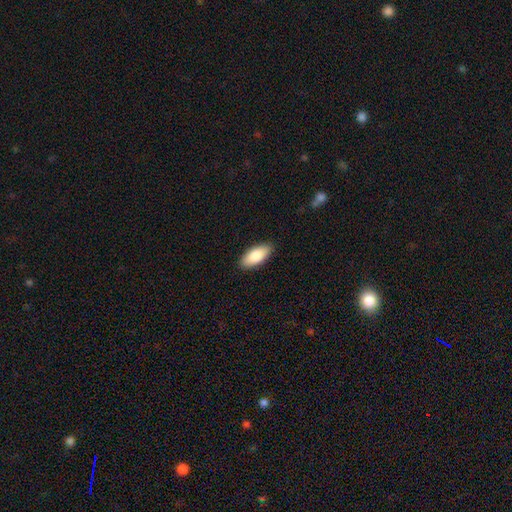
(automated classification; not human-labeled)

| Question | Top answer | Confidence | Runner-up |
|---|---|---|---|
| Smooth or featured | smooth | 85% | featured or disk (9%) |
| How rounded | in between | 89% | cigar-shaped (10%) |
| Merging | none | 89% | minor disturbance (8%) |